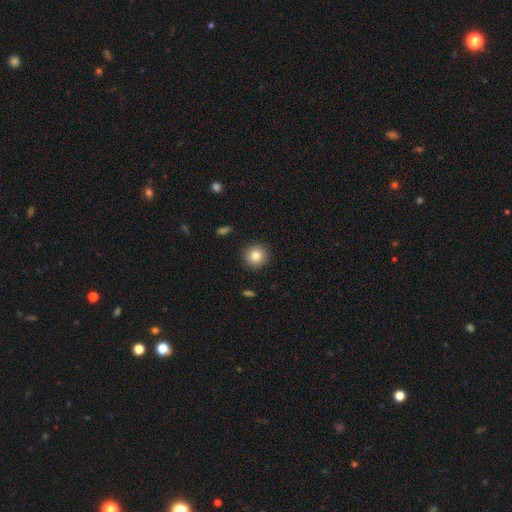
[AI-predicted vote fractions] Smooth or featured?
  - smooth: 82% *
  - star or artifact: 10%
  - featured or disk: 9%
How rounded?
  - round: 94% *
  - in between: 5%
  - cigar-shaped: 1%
Merging?
  - none: 92% *
  - minor disturbance: 5%
  - major disturbance: 2%
  - merger: 1%